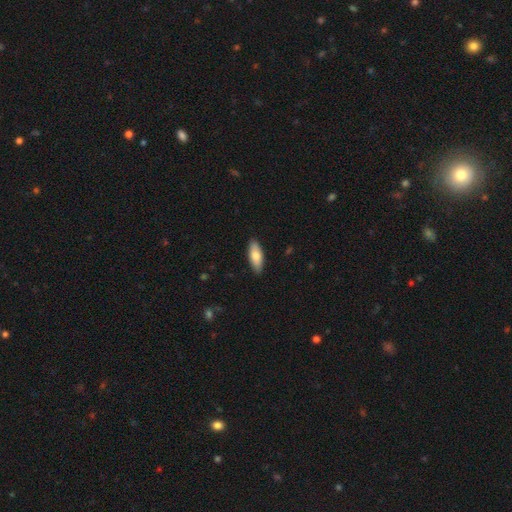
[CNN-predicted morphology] Overall: smooth (75%). How rounded: in between (72%). Merging: none (88%).